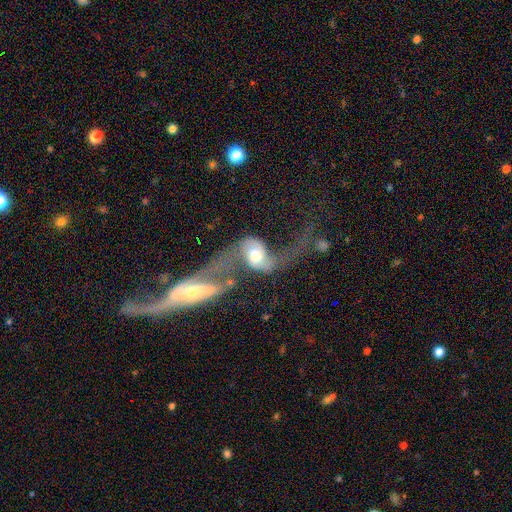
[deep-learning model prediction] A featured or disk galaxy (76%) with no bar (54%), 2 (89%) loose (79%) spiral arms (90%) and a moderate central bulge (53%).

Vote fractions:
- Smooth or featured? featured or disk: 76% / smooth: 17% / star or artifact: 6%
- Edge-on disk? no: 95% / yes: 5%
- Bar? no: 54% / weak: 33% / strong: 13%
- Spiral arms? yes: 90% / no: 10%
- Spiral winding? loose: 79% / medium: 16% / tight: 5%
- Spiral arm count? 2: 89% / 1: 4% / can't tell: 4% / 3: 1% / 4: 1% / more than 4: 1%
- Bulge size? moderate: 53% / large: 27% / small: 13% / dominant: 4% / none: 3%
- Merging? merger: 57% / major disturbance: 20% / none: 15% / minor disturbance: 8%